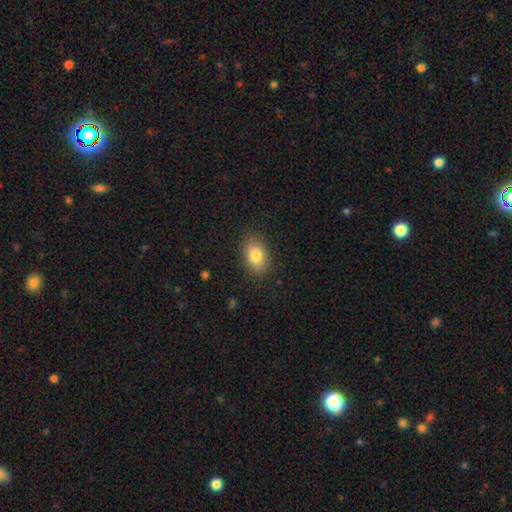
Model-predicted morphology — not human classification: Overall: smooth (82%). How rounded: in between (86%). Merging: none (85%).